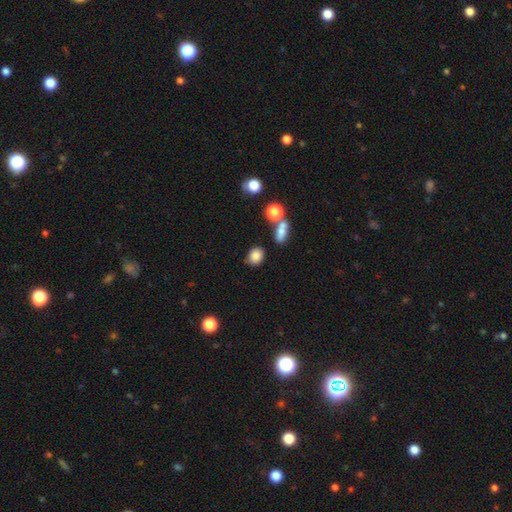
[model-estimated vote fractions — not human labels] Q: Smooth or featured?
A: smooth (83%); runner-up: star or artifact (11%)
Q: How rounded?
A: round (51%); runner-up: in between (48%)
Q: Merging?
A: none (73%); runner-up: minor disturbance (15%)